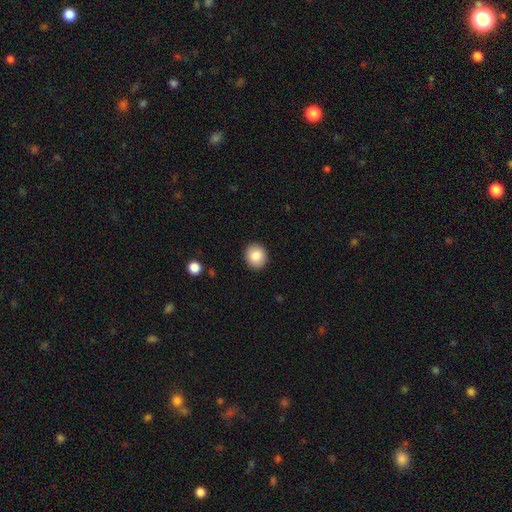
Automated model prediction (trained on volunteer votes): A smooth galaxy with no disk features (85%) that is round (81%).

Vote fractions:
- Smooth or featured? smooth: 85% / star or artifact: 8% / featured or disk: 7%
- How rounded? round: 81% / in between: 18% / cigar-shaped: 1%
- Merging? none: 91% / minor disturbance: 6% / major disturbance: 2% / merger: 1%